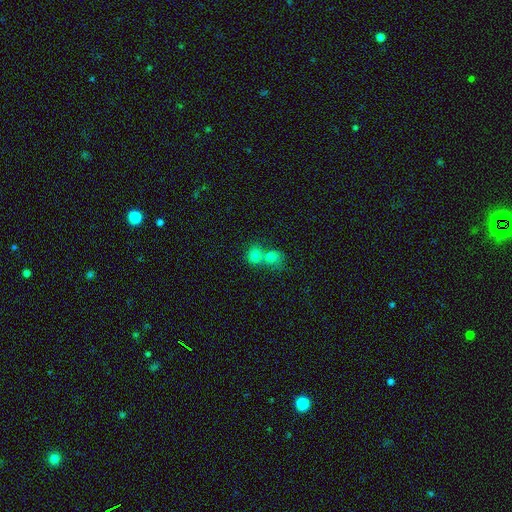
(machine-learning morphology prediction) Smooth or featured?
  - smooth: 78% *
  - star or artifact: 12%
  - featured or disk: 10%
How rounded?
  - round: 78% *
  - in between: 21%
  - cigar-shaped: 1%
Merging?
  - merger: 58% *
  - none: 34%
  - minor disturbance: 5%
  - major disturbance: 3%